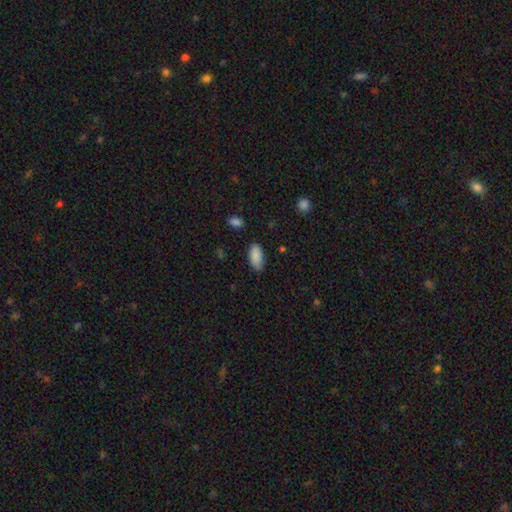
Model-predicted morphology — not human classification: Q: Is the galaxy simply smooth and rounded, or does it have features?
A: smooth — 88%.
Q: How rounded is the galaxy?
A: in between — 93%.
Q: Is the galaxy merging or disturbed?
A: none — 82%.